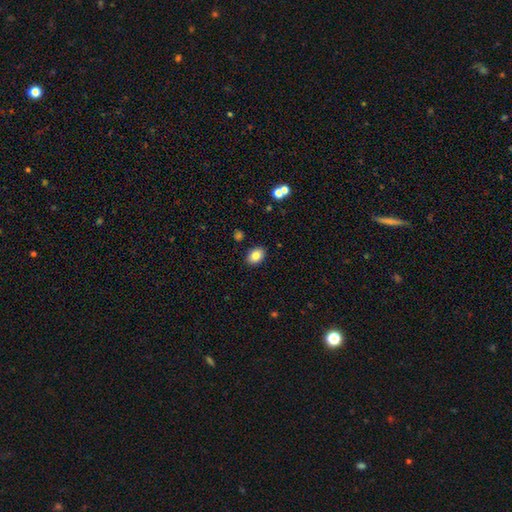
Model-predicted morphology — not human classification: Smooth or featured? Predicted: smooth (p=0.83). How rounded? Predicted: in between (p=0.80). Merging? Predicted: none (p=0.88).